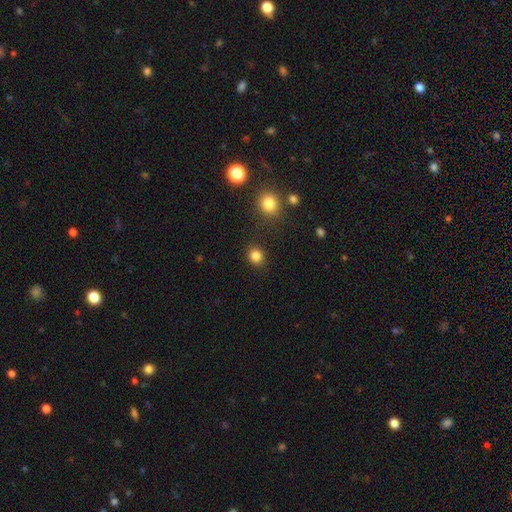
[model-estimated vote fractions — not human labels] A smooth galaxy with no disk features (84%) that is round (79%).

Vote fractions:
- Smooth or featured? smooth: 84% / star or artifact: 12% / featured or disk: 4%
- How rounded? round: 79% / in between: 20% / cigar-shaped: 1%
- Merging? none: 87% / minor disturbance: 7% / major disturbance: 3% / merger: 2%